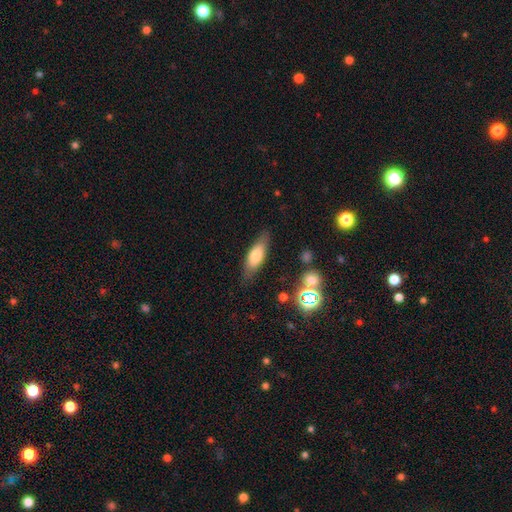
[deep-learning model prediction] smooth_or_featured: smooth (p=0.67) [alt: featured or disk p=0.25]
how_rounded: in between (p=0.59) [alt: cigar-shaped p=0.38]
merging: none (p=0.80) [alt: minor disturbance p=0.14]